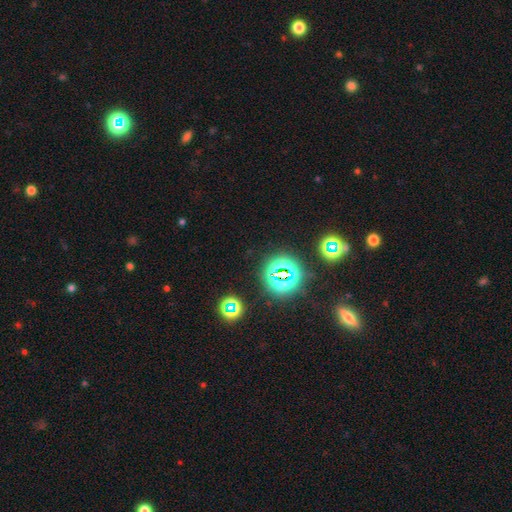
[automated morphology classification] This is likely a star or artifact rather than a galaxy (75%).